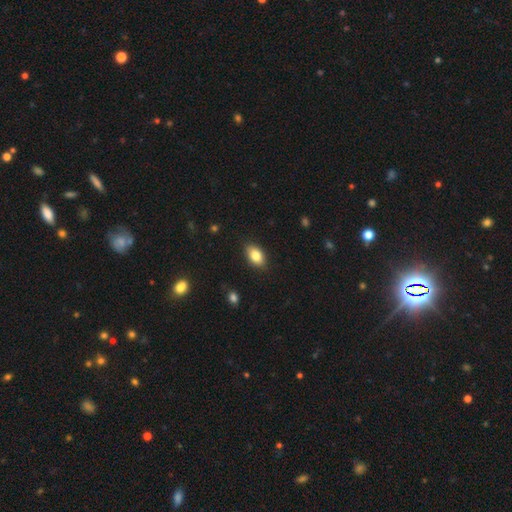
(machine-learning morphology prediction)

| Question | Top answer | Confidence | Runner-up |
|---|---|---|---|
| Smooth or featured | smooth | 84% | featured or disk (8%) |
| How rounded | in between | 90% | round (8%) |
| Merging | none | 87% | minor disturbance (10%) |